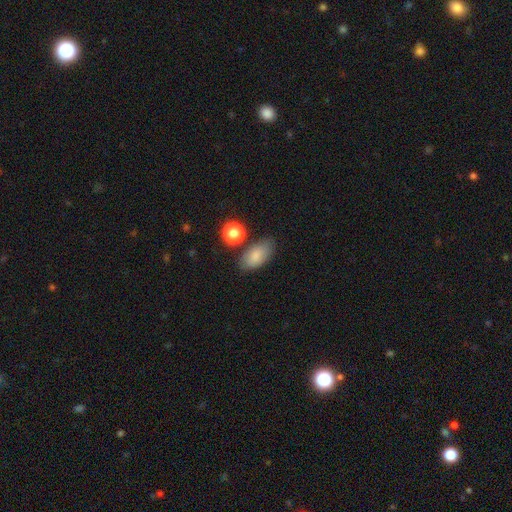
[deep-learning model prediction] Smooth or featured? Predicted: smooth (p=0.82). How rounded? Predicted: in between (p=0.91). Merging? Predicted: none (p=0.72).